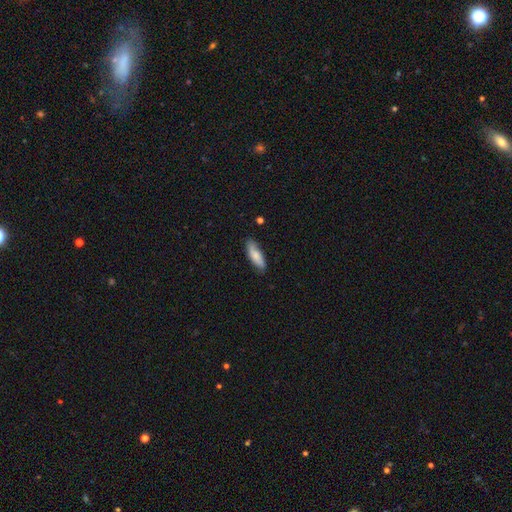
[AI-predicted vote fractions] Smooth or featured?
  - smooth: 73% *
  - featured or disk: 21%
  - star or artifact: 6%
How rounded?
  - in between: 56% *
  - cigar-shaped: 42%
  - round: 2%
Merging?
  - none: 79% *
  - minor disturbance: 17%
  - major disturbance: 3%
  - merger: 2%